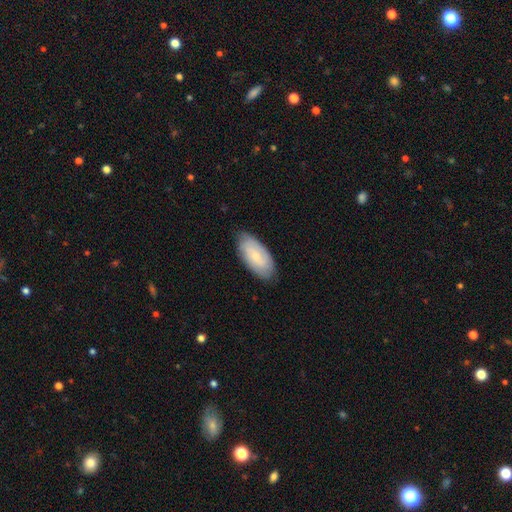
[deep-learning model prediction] smooth-or-featured: smooth: 58% | featured or disk: 36% | star or artifact: 6%
  how-rounded: in between: 92% | cigar-shaped: 5% | round: 2%
  merging: none: 81% | minor disturbance: 15% | major disturbance: 3% | merger: 1%